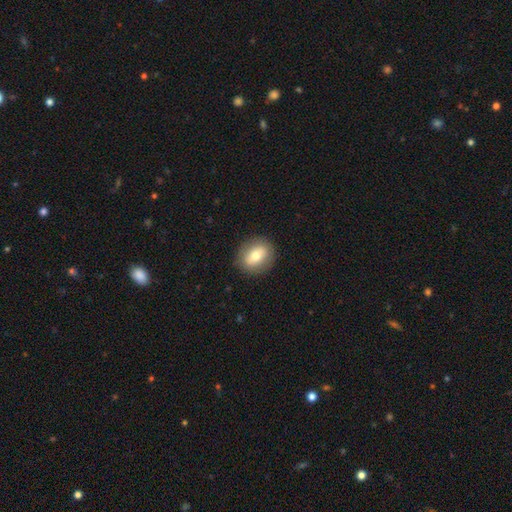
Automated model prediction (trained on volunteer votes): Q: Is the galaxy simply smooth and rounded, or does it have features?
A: smooth — 69%.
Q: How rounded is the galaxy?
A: round — 53%.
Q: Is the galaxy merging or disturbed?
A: none — 87%.